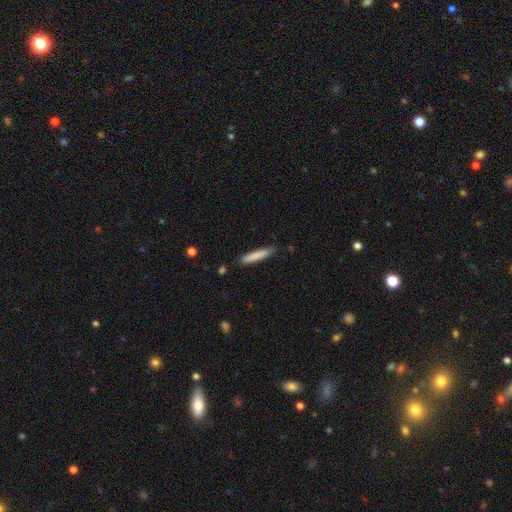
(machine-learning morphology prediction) This appears to be a smooth galaxy with no disk features (83%) that is cigar-shaped (91%). Merging: none (85%).